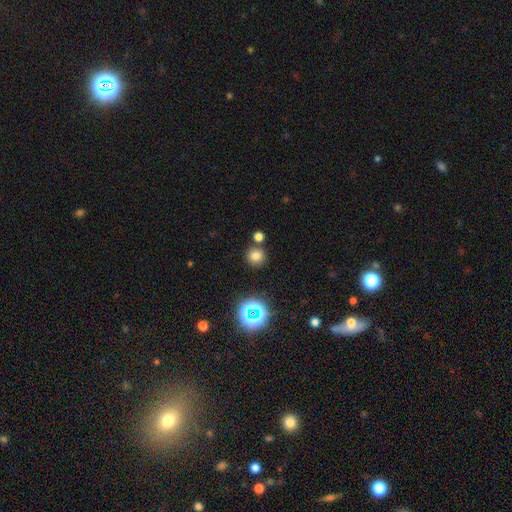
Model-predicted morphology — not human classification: Smooth or featured? Predicted: smooth (p=0.74). How rounded? Predicted: round (p=0.91). Merging? Predicted: none (p=0.79).